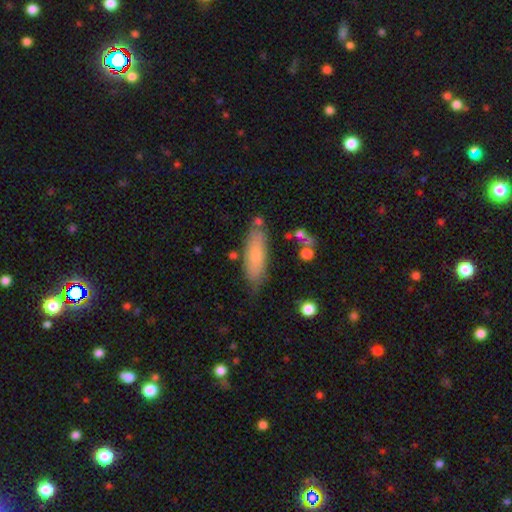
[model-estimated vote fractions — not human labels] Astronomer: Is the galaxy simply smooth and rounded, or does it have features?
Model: smooth — 68%.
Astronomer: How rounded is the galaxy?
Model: in between — 51% (runner-up: cigar-shaped, 47%).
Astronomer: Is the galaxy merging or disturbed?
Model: none — 71%.